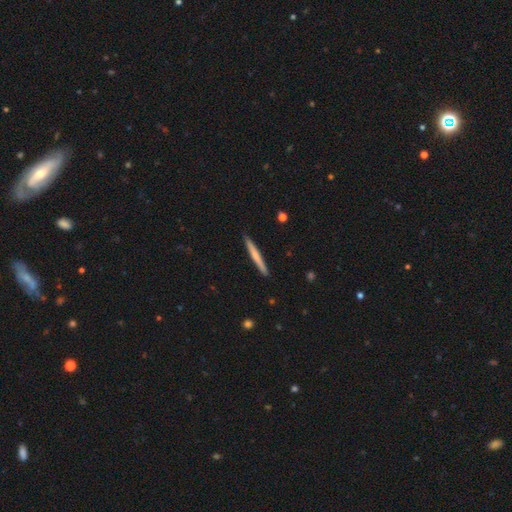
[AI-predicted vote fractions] A smooth galaxy with no disk features (58%) that is cigar-shaped (97%). Merging: none (91%).